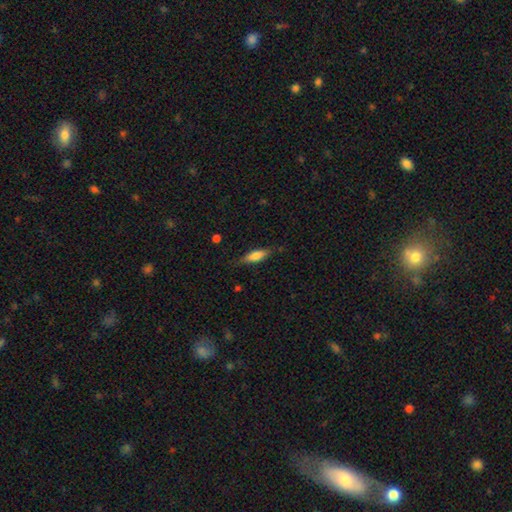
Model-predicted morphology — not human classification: Smooth or featured: smooth — 70% (featured or disk — 23%)
How rounded: cigar-shaped — 52% (in between — 46%)
Merging: none — 79% (minor disturbance — 16%)